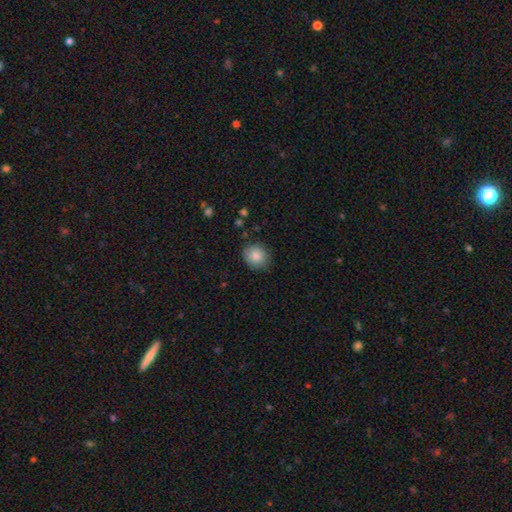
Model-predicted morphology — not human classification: Smooth or featured: smooth — 86% (star or artifact — 8%)
How rounded: round — 72% (in between — 27%)
Merging: none — 85% (minor disturbance — 12%)